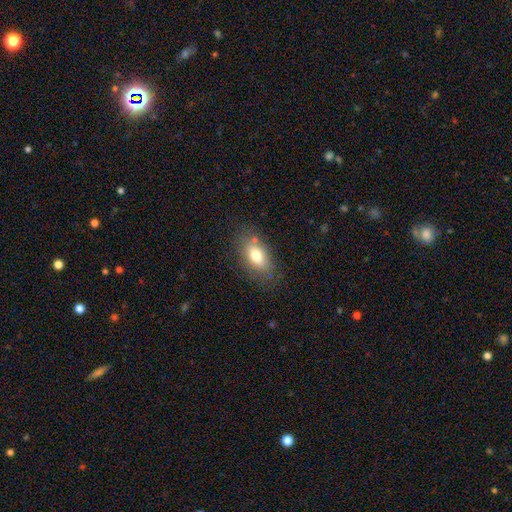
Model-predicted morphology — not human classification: Smooth or featured?
  - smooth: 75% *
  - featured or disk: 16%
  - star or artifact: 9%
How rounded?
  - in between: 87% *
  - round: 8%
  - cigar-shaped: 5%
Merging?
  - none: 77% *
  - minor disturbance: 15%
  - major disturbance: 5%
  - merger: 3%